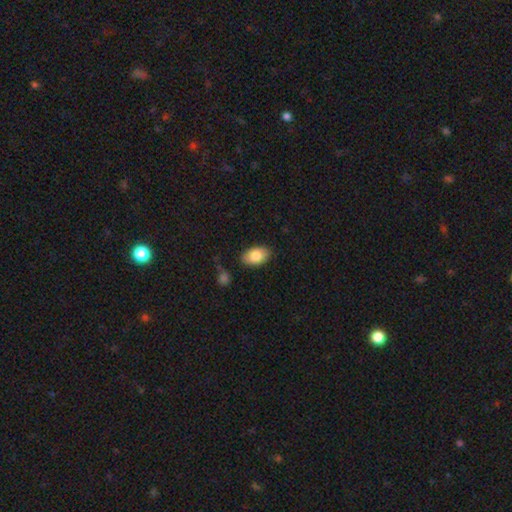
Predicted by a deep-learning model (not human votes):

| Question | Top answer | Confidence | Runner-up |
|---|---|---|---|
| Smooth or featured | smooth | 82% | featured or disk (11%) |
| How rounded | in between | 91% | round (7%) |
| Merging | none | 85% | minor disturbance (11%) |